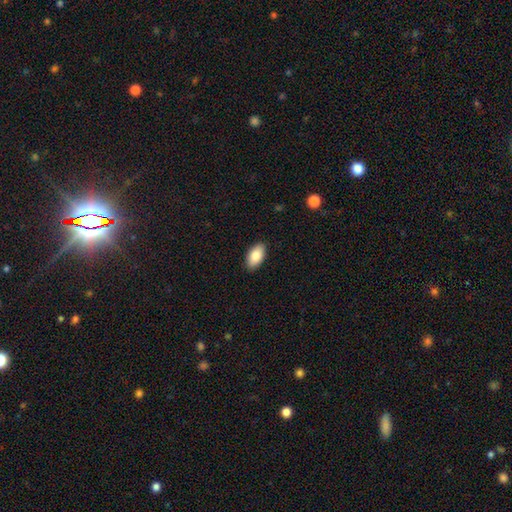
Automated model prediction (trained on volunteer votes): Smooth or featured: smooth — 84% (featured or disk — 9%)
How rounded: in between — 95% (round — 3%)
Merging: none — 90% (minor disturbance — 8%)